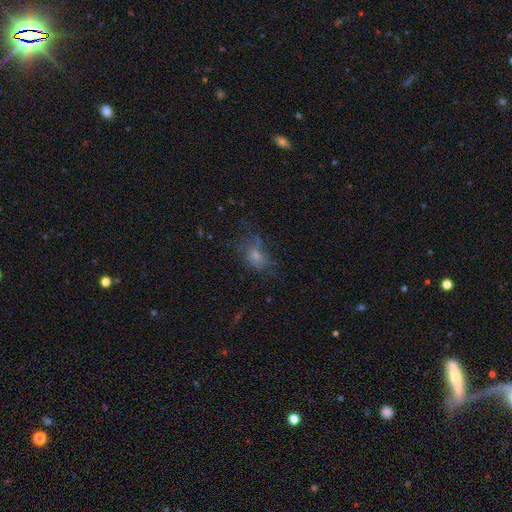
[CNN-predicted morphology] This appears to be a smooth galaxy with no disk features (48%). Merging: none (50%).